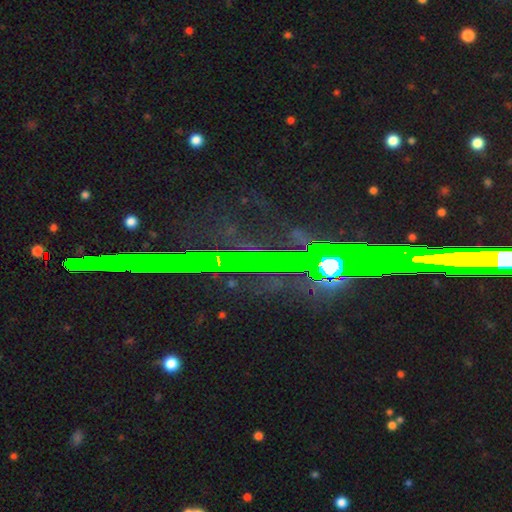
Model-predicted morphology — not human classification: smooth_or_featured: star or artifact (p=0.79) [alt: featured or disk p=0.13]